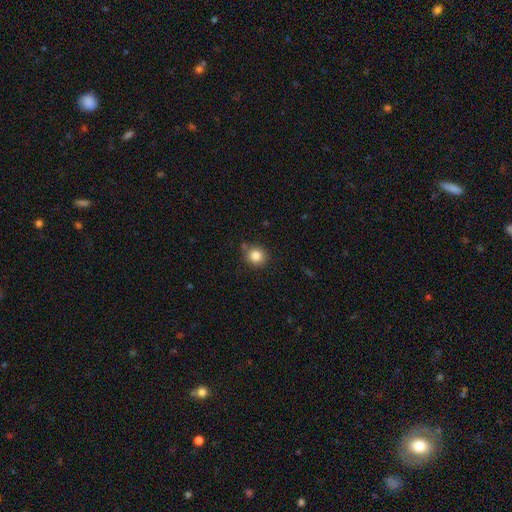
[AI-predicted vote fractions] A smooth galaxy with no disk features (85%) that is round (88%). Merging: none (81%).